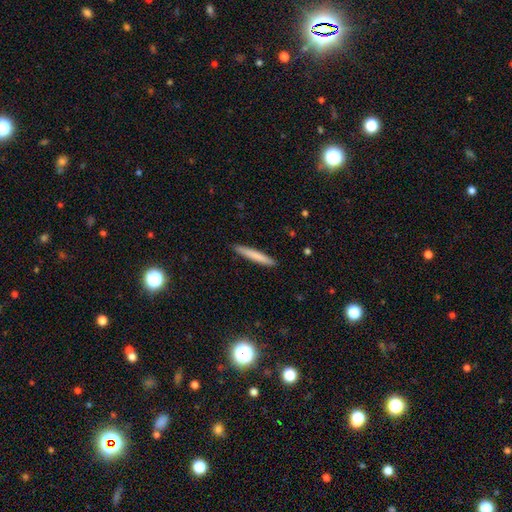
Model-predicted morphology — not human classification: This is likely a smooth galaxy (78%). How rounded: clearly cigar-shaped (95%). Merging: clearly none (91%).